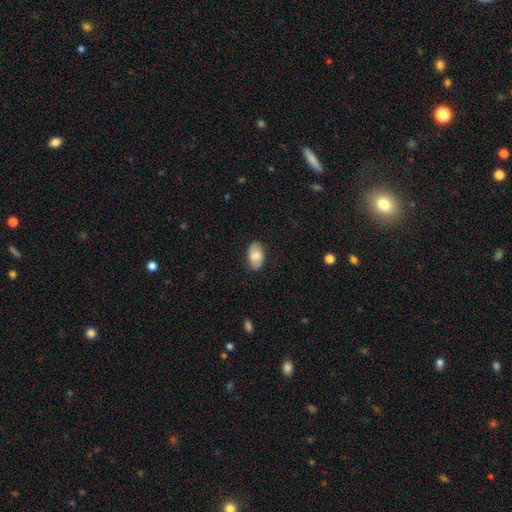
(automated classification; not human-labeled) The model was most divided on "smooth or featured": smooth: 74%, featured or disk: 20%, star or artifact: 6%. More confident: how rounded — in between (93%); merging — none (82%).